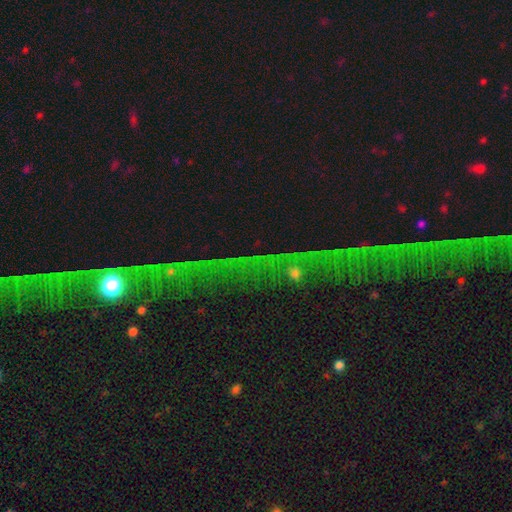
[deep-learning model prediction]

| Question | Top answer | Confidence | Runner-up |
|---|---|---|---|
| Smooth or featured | star or artifact | 67% | smooth (17%) |